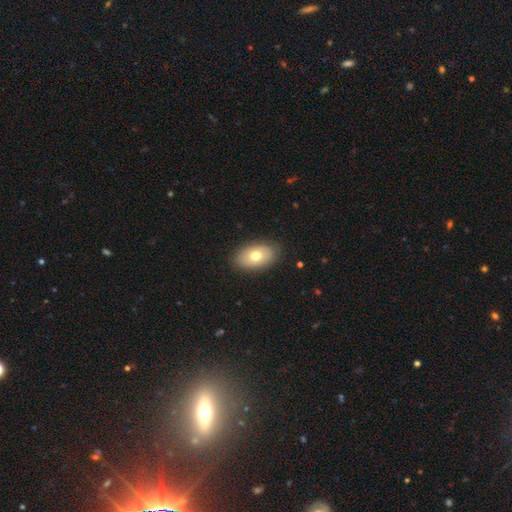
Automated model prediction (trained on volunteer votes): Morphology: type=smooth (69%); roundness=in between (91%); merging=none (86%).